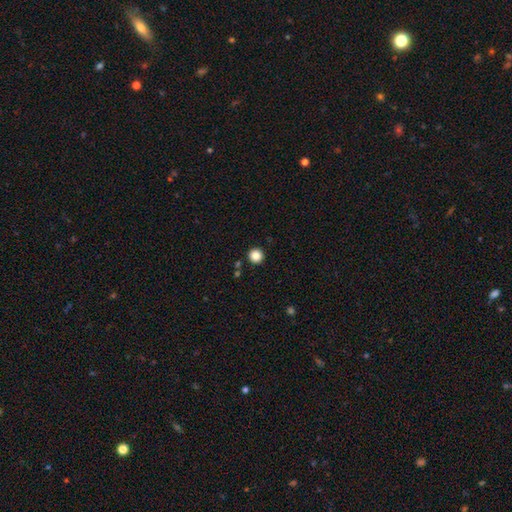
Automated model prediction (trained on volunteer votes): This is clearly a smooth galaxy (85%). How rounded: clearly round (96%). Merging: clearly none (92%).